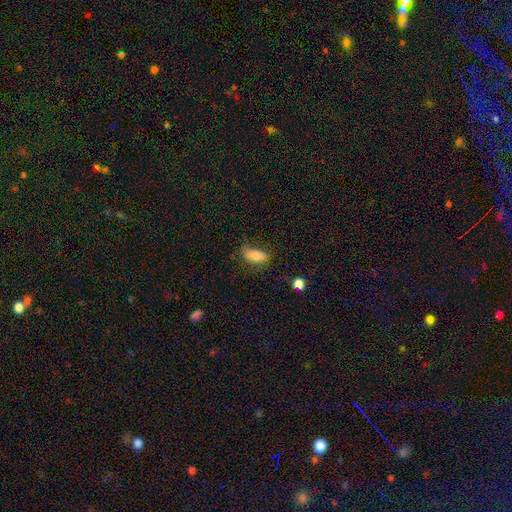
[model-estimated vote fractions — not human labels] Q: Smooth or featured?
A: smooth (77%); runner-up: featured or disk (15%)
Q: How rounded?
A: in between (87%); runner-up: cigar-shaped (10%)
Q: Merging?
A: none (62%); runner-up: minor disturbance (26%)